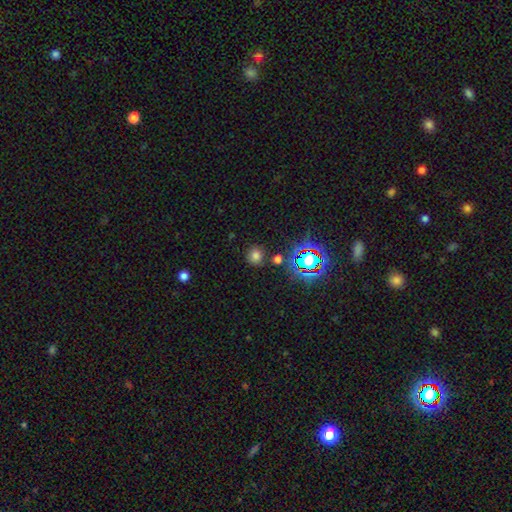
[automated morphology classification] Q: Smooth or featured?
A: smooth (70%); runner-up: star or artifact (24%)
Q: How rounded?
A: round (87%); runner-up: in between (12%)
Q: Merging?
A: none (83%); runner-up: minor disturbance (8%)